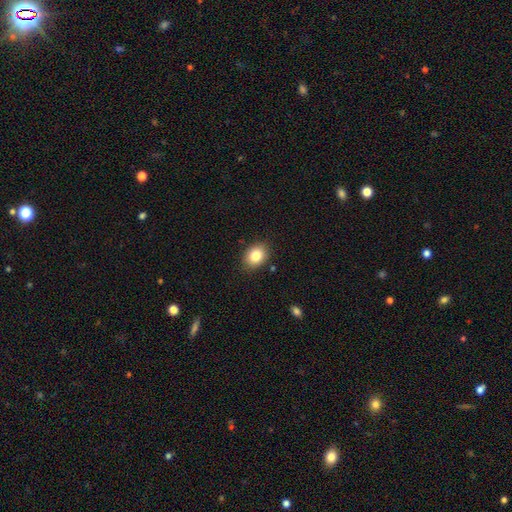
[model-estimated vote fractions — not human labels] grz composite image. It shows a smooth galaxy with no disk features (84%) that is in between round and cigar-shaped (67%). Merging: none (87%).